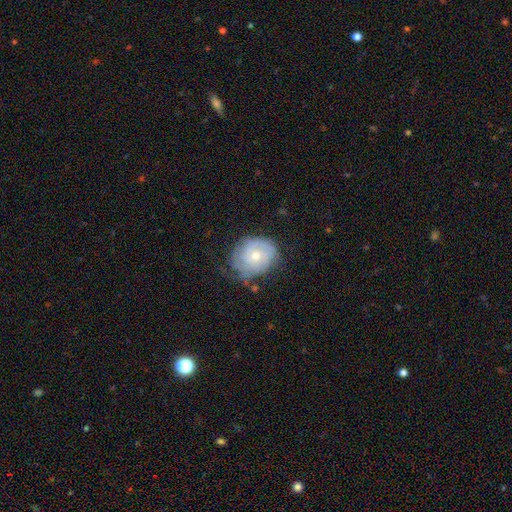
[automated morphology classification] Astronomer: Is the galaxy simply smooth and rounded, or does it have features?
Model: featured or disk — 66%.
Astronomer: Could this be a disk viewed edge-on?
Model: no — 97%.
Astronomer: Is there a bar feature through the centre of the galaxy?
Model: no — 77%.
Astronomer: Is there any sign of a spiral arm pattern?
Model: yes — 82%.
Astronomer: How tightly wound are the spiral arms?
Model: tight — 67%.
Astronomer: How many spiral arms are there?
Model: can't tell — 52%.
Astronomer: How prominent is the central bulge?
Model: moderate — 52% (runner-up: small, 43%).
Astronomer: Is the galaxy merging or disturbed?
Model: none — 58%.